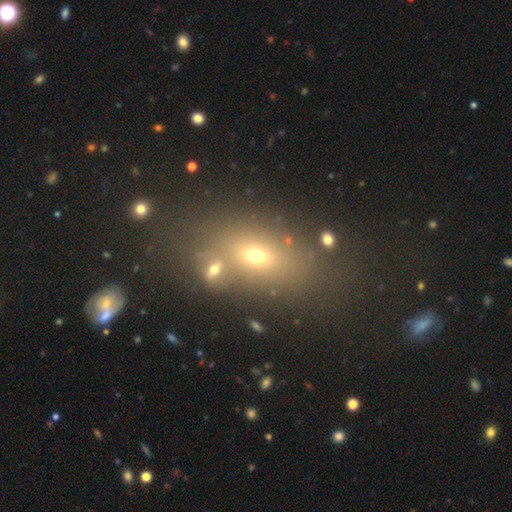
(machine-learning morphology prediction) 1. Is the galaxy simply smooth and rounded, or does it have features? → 56% smooth, 25% star or artifact, 19% featured or disk.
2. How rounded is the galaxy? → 73% in between, 20% round, 7% cigar-shaped.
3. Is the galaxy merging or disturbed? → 67% none, 15% merger, 12% minor disturbance, 7% major disturbance.